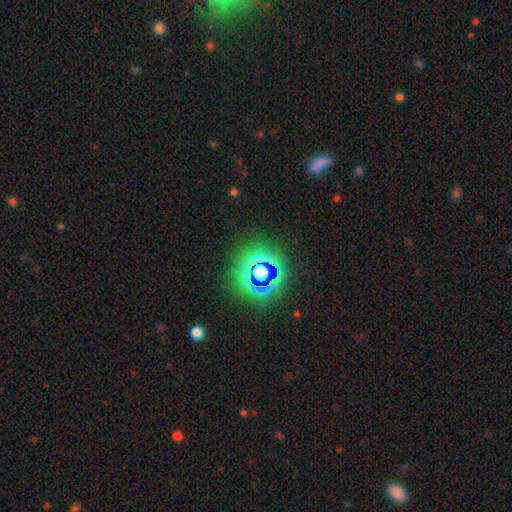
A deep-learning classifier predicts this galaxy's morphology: Overall: star or artifact (81%).